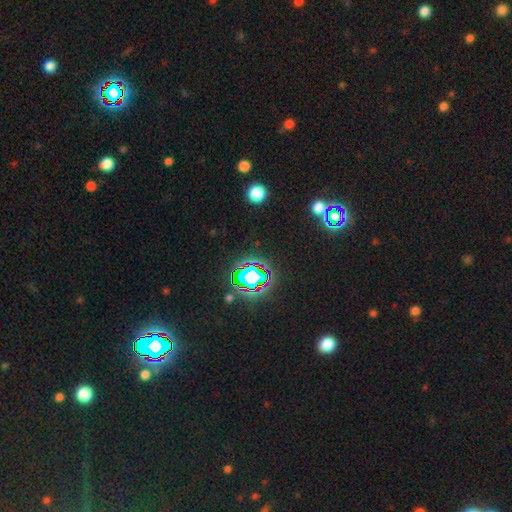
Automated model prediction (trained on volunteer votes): Q: Smooth or featured?
A: star or artifact (81%); runner-up: smooth (12%)